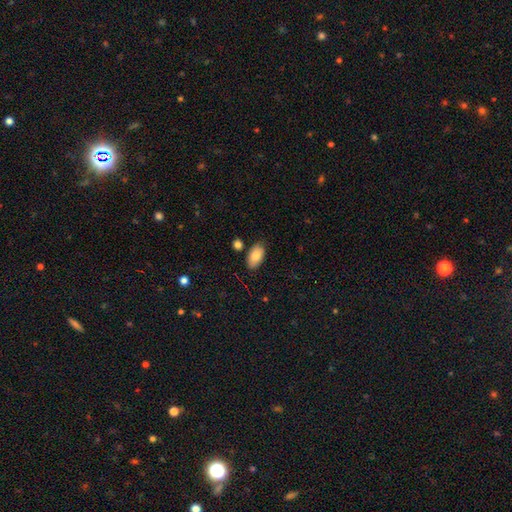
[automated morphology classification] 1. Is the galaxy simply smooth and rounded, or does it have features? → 83% smooth, 10% featured or disk, 7% star or artifact.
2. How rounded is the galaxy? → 94% in between, 4% round, 2% cigar-shaped.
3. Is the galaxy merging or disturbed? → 82% none, 12% minor disturbance, 4% merger, 2% major disturbance.